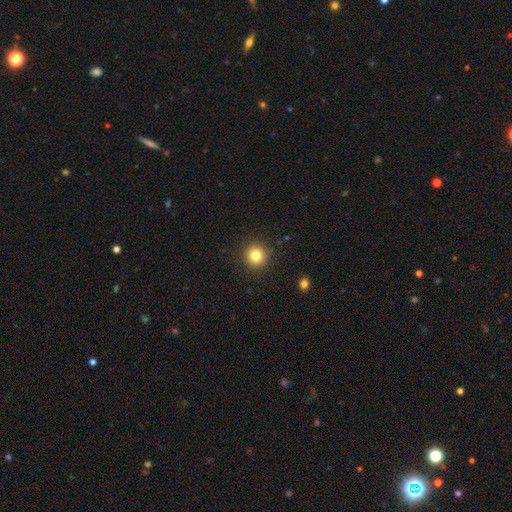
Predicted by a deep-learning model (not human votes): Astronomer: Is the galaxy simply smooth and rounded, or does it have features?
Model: smooth — 81%.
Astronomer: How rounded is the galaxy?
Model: round — 94%.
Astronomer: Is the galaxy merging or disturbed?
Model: none — 91%.